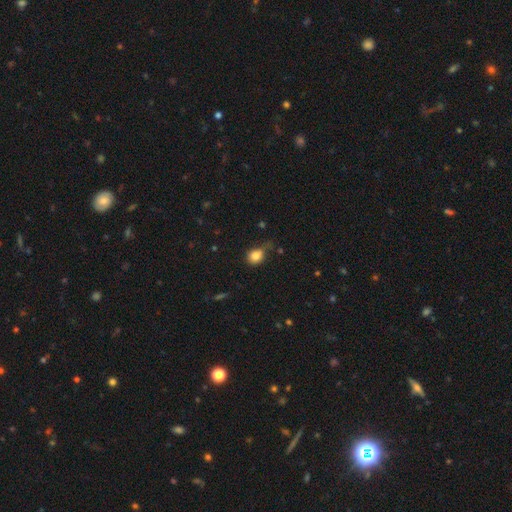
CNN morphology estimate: The model was most divided on "merging": none: 51%, minor disturbance: 32%, major disturbance: 12%, merger: 5%. More confident: smooth or featured — smooth (83%); how rounded — round (65%).